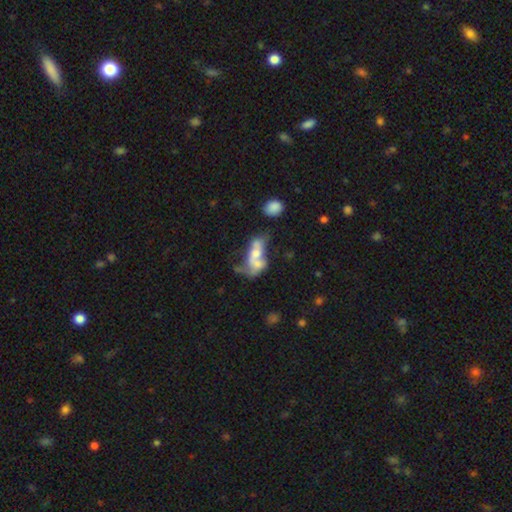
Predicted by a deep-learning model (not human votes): Smooth or featured: featured or disk — 53% (smooth — 37%)
Edge-on disk: no — 92% (yes — 8%)
Merging: merger — 54% (major disturbance — 20%)